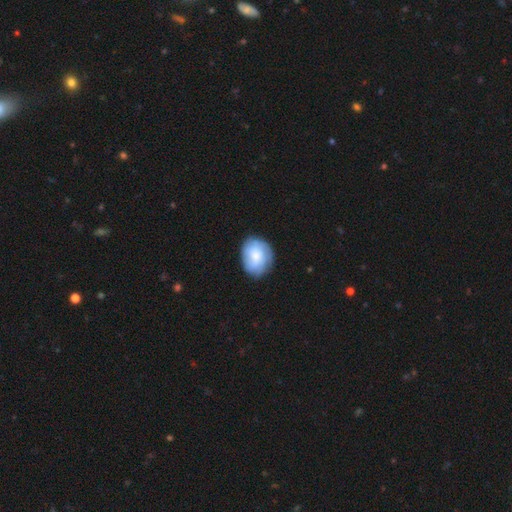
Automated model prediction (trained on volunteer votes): The model was most divided on "how rounded": in between: 55%, round: 44%, cigar-shaped: 1%. More confident: merging — none (74%); smooth or featured — smooth (61%).